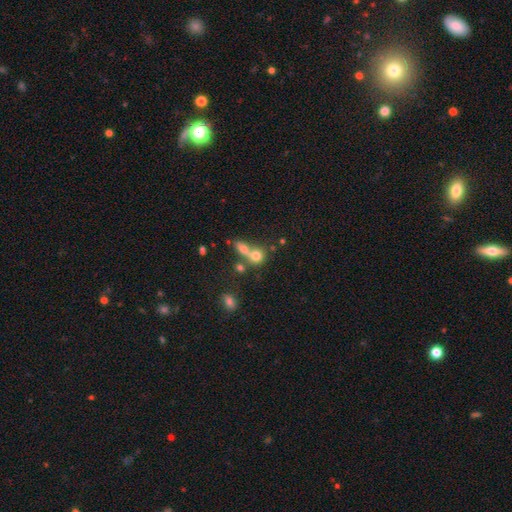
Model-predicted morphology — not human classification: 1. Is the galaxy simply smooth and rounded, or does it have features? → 72% smooth, 15% featured or disk, 12% star or artifact.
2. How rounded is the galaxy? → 70% round, 27% in between, 3% cigar-shaped.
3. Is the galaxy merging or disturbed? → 56% merger, 32% none, 7% minor disturbance, 5% major disturbance.